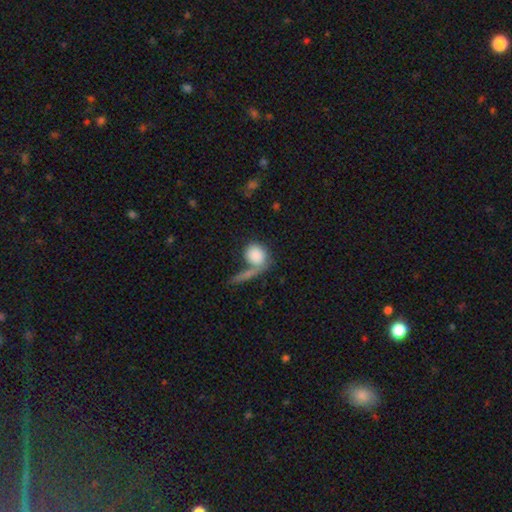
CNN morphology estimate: Smooth or featured?
  - smooth: 83% *
  - featured or disk: 10%
  - star or artifact: 6%
How rounded?
  - round: 68% *
  - in between: 29%
  - cigar-shaped: 4%
Merging?
  - none: 37% *
  - merger: 34%
  - major disturbance: 16%
  - minor disturbance: 13%